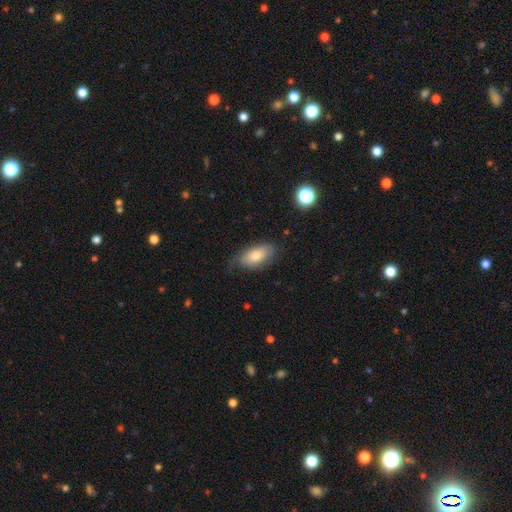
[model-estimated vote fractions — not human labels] smooth 73%, featured or disk 20%, star or artifact 7%. Down the decision tree: how rounded — in between (90%); merging — none (62%).